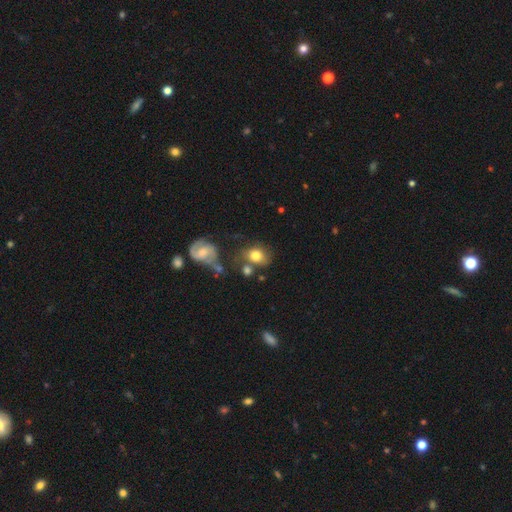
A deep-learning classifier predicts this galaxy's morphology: The model was most divided on "how rounded": in between: 53%, round: 46%, cigar-shaped: 1%. Remaining: smooth or featured — smooth (73%); merging — none (44%).